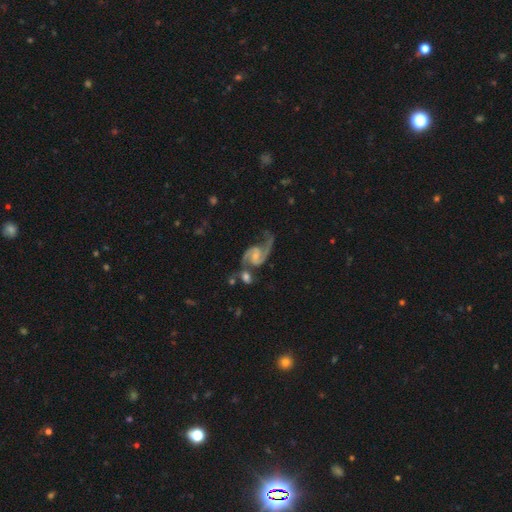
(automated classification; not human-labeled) This appears to be a featured or disk galaxy (91%) with a weak bar (50%), 2 (93%) medium (49%) spiral arms (98%) and a small central bulge (45%). Merging: none (49%).